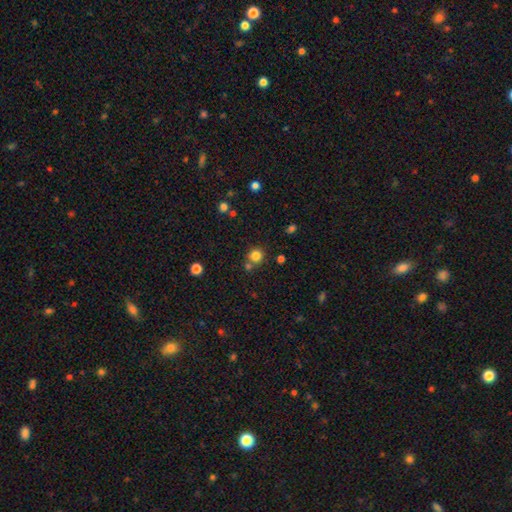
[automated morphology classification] Smooth or featured? Predicted: smooth (p=0.80). How rounded? Predicted: round (p=0.91). Merging? Predicted: none (p=0.68).